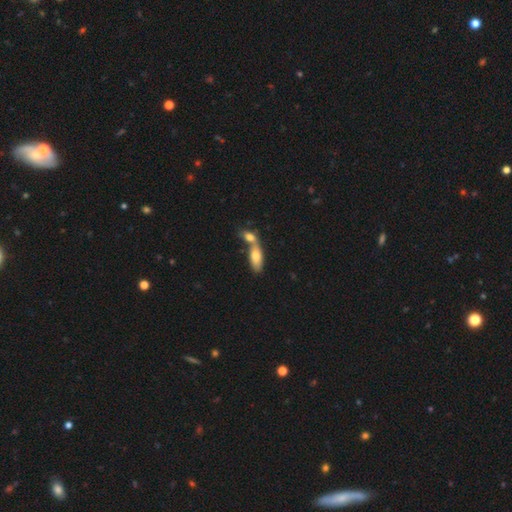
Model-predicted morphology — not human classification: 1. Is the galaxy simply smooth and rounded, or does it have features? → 72% smooth, 22% featured or disk, 6% star or artifact.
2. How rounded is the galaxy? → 73% in between, 23% cigar-shaped, 3% round.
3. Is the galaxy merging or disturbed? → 61% merger, 29% none, 7% minor disturbance, 3% major disturbance.